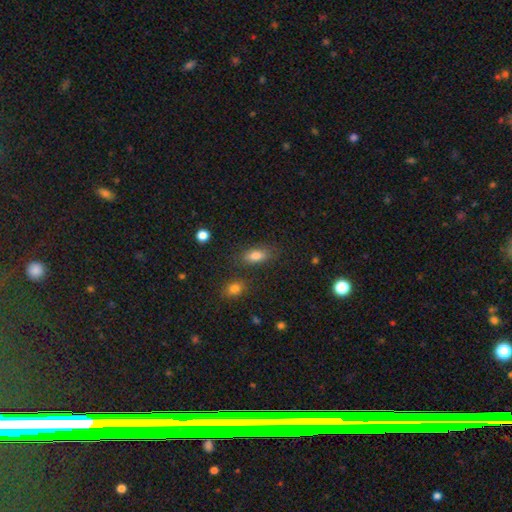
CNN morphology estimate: This appears to be a smooth galaxy with no disk features (81%) that is in between round and cigar-shaped (85%). Merging: none (79%).